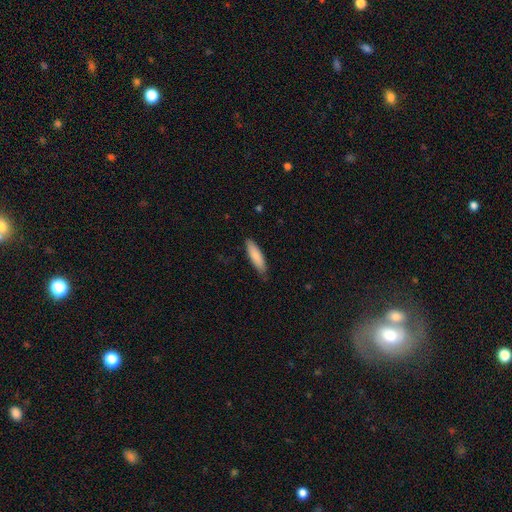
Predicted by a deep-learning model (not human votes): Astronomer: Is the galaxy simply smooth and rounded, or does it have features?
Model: smooth — 86%.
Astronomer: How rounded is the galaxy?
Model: cigar-shaped — 64%.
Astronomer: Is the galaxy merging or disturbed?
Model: none — 81%.